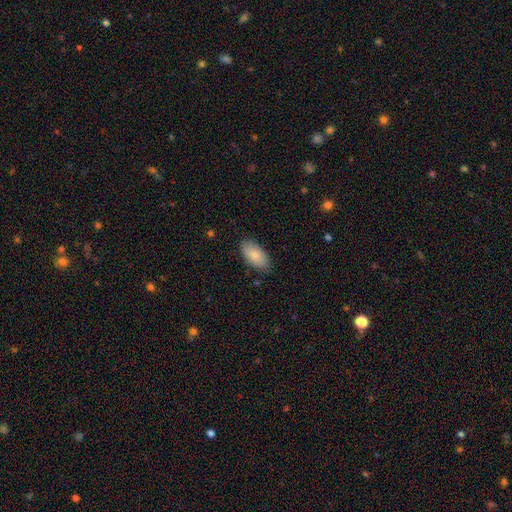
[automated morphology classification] A smooth galaxy with no disk features (83%) that is in between round and cigar-shaped (94%). Merging: none (84%).